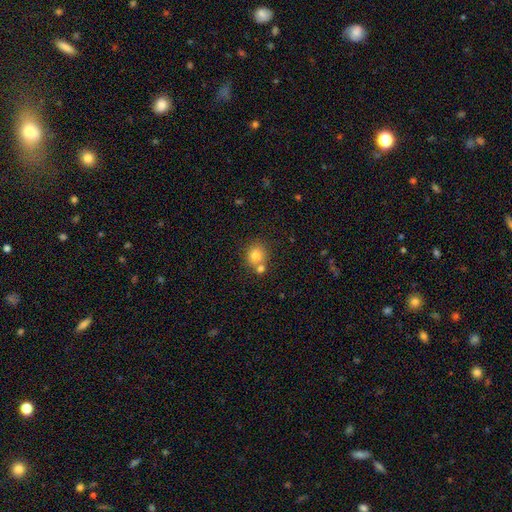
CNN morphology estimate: The model was most divided on "merging": none: 58%, merger: 29%, minor disturbance: 10%, major disturbance: 3%. More confident: how rounded — round (82%); smooth or featured — smooth (80%).